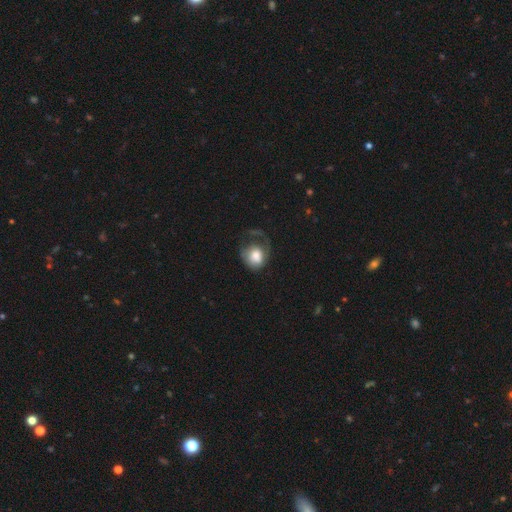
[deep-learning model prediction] Morphology: type=smooth (65%); roundness=round (68%); merging=major disturbance (48%).